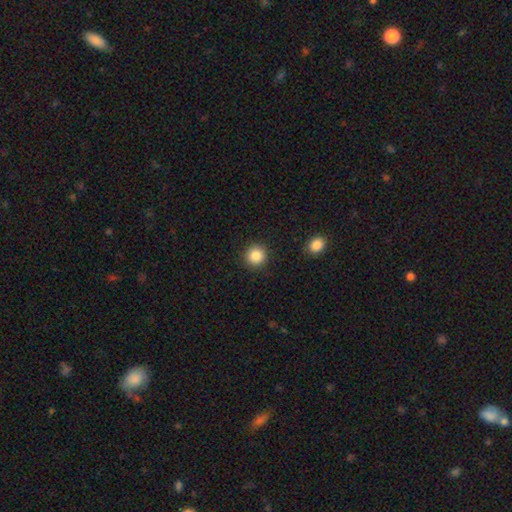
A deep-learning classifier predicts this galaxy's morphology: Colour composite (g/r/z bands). It shows a smooth galaxy with no disk features (86%) that is round (94%). Merging: none (91%).